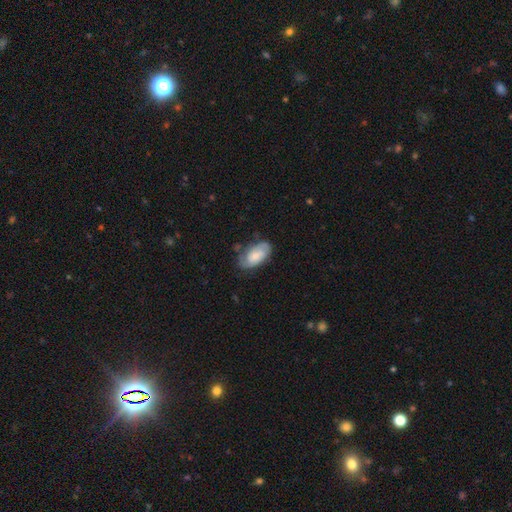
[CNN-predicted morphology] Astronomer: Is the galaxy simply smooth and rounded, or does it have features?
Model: featured or disk — 47% (runner-up: smooth, 46%).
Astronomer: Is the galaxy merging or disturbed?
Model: none — 65%.